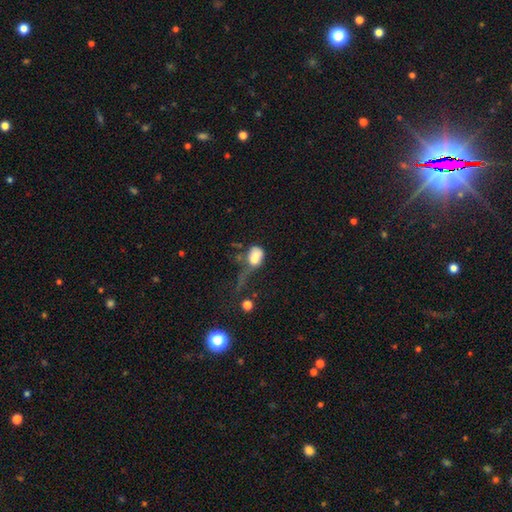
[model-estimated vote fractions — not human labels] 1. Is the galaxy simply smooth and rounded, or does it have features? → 70% smooth, 19% featured or disk, 11% star or artifact.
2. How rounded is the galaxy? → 71% in between, 27% round, 3% cigar-shaped.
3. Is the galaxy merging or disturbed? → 51% major disturbance, 18% merger, 17% minor disturbance, 14% none.